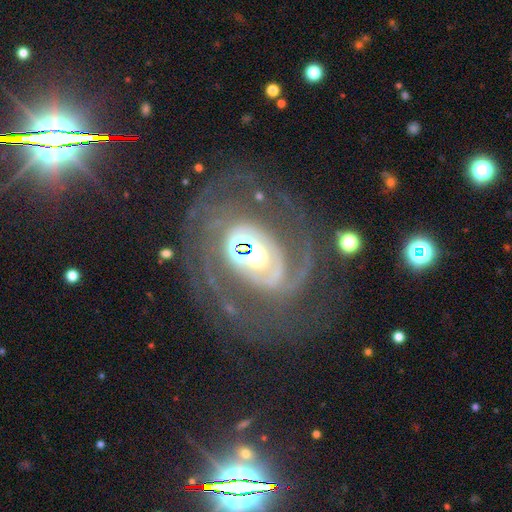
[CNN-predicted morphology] type=featured or disk (79%); edge-on=no (95%); bar=no (46%); spiral arms=yes (81%); winding=medium (41%); arm count=2 (55%); bulge=moderate (49%); merging=none (59%).